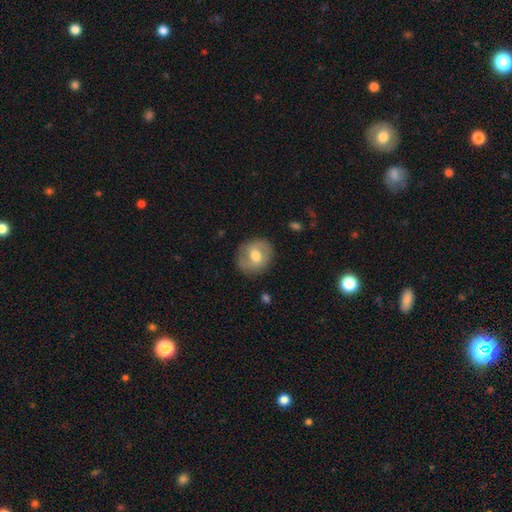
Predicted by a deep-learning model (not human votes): This is possibly a featured or disk galaxy (47%). Merging: likely none (80%).